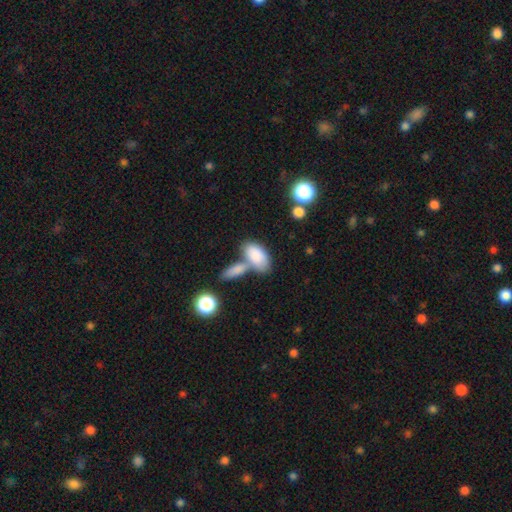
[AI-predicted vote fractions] This is clearly a smooth galaxy (84%). How rounded: clearly in between (93%). Merging: marginally merger (45%).